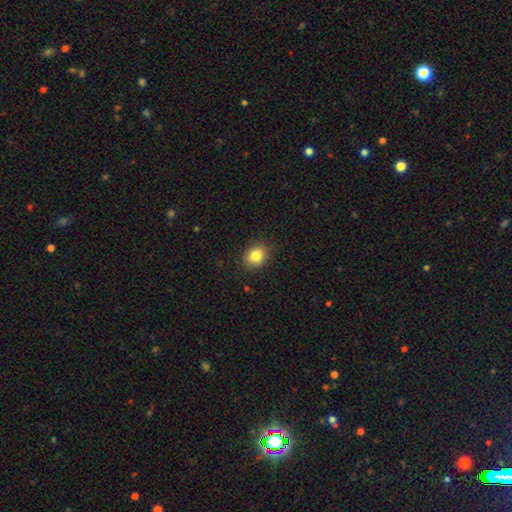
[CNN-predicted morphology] A smooth galaxy with no disk features (84%) that is round (64%). Merging: none (87%).